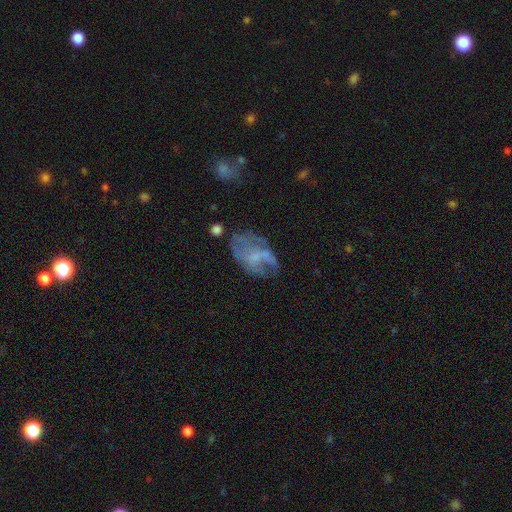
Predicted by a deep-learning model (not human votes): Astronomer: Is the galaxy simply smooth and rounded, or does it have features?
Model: featured or disk — 60%.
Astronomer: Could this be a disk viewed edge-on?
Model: no — 96%.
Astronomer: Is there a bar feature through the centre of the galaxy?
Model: no — 69%.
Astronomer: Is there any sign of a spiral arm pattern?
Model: no — 52% (runner-up: yes, 48%).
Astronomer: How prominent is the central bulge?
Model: small — 42% (runner-up: none, 38%).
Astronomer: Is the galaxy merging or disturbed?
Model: none — 44% (runner-up: major disturbance, 25%).